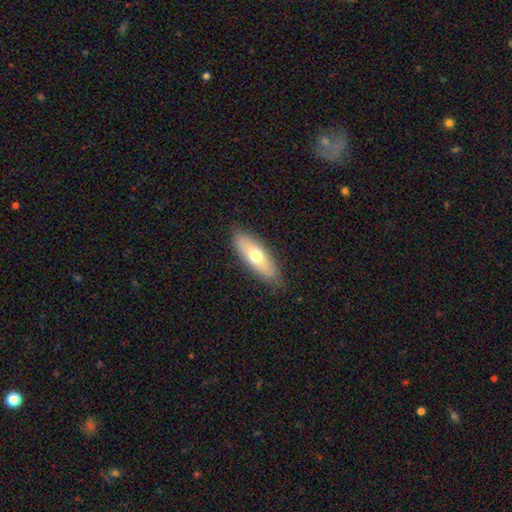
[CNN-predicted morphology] Smooth or featured: smooth — 62% (featured or disk — 32%)
How rounded: in between — 63% (cigar-shaped — 34%)
Merging: none — 83% (minor disturbance — 13%)